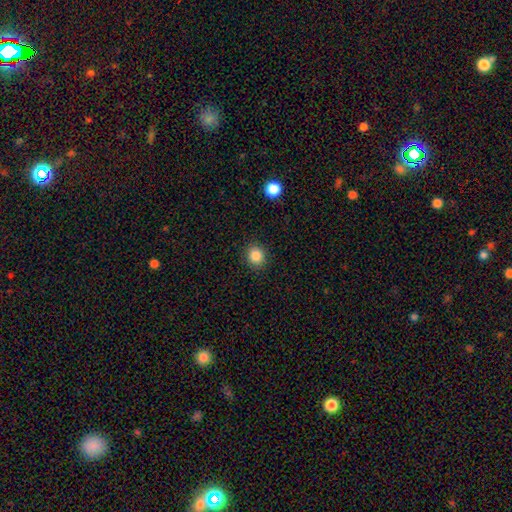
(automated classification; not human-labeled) smooth_or_featured: smooth (p=0.85) [alt: star or artifact p=0.10]
how_rounded: round (p=0.85) [alt: in between p=0.14]
merging: none (p=0.90) [alt: minor disturbance p=0.06]